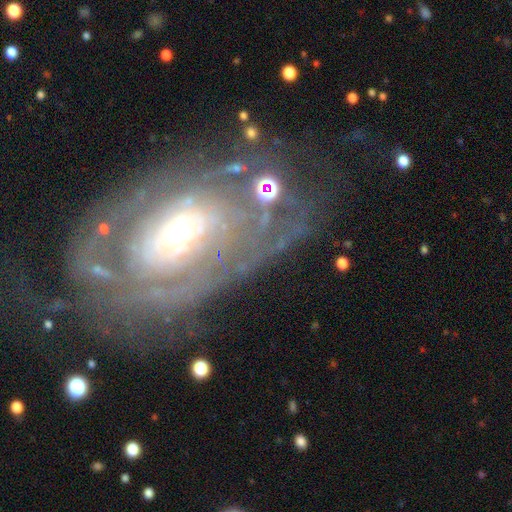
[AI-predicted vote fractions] Smooth or featured?
  - featured or disk: 80% *
  - smooth: 12%
  - star or artifact: 8%
Edge-on disk?
  - no: 94% *
  - yes: 6%
Bar?
  - no: 66% *
  - weak: 23%
  - strong: 11%
Spiral arms?
  - yes: 76% *
  - no: 24%
Spiral winding?
  - tight: 69% *
  - medium: 22%
  - loose: 9%
Spiral arm count?
  - can't tell: 55% *
  - 2: 15%
  - 3: 9%
  - more than 4: 8%
  - 4: 7%
  - 1: 6%
Bulge size?
  - moderate: 46% *
  - small: 42%
  - large: 9%
  - dominant: 2%
  - none: 2%
Merging?
  - none: 62% *
  - minor disturbance: 18%
  - major disturbance: 17%
  - merger: 4%